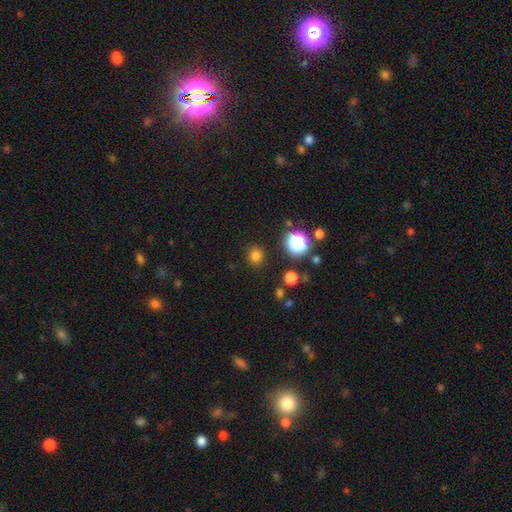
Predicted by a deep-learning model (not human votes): A smooth galaxy with no disk features (77%) that is round (88%). Merging: none (89%).